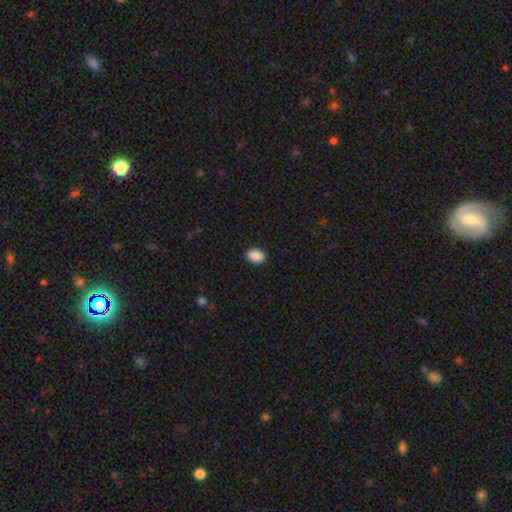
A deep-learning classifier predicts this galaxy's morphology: Smooth or featured? Predicted: smooth (p=0.90). How rounded? Predicted: in between (p=0.82). Merging? Predicted: none (p=0.90).